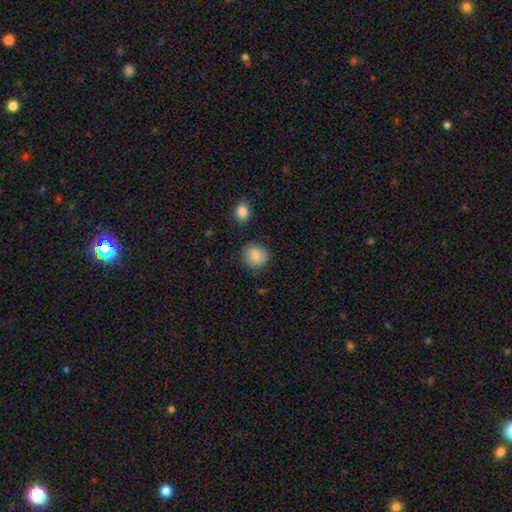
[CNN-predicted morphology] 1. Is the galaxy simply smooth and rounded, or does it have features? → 82% smooth, 10% featured or disk, 8% star or artifact.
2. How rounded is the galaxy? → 78% round, 21% in between, 1% cigar-shaped.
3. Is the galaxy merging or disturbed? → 78% none, 15% minor disturbance, 4% major disturbance, 3% merger.